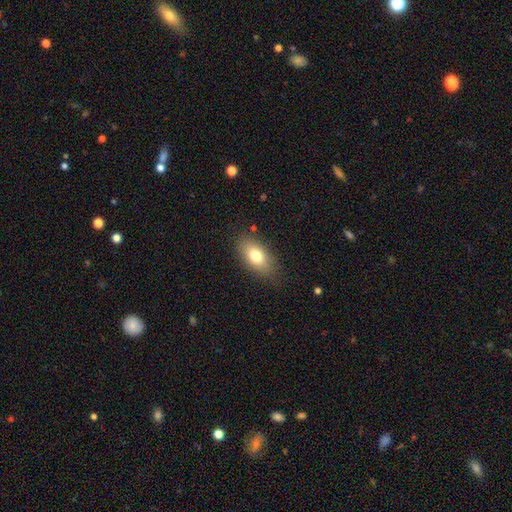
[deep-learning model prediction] A smooth galaxy with no disk features (76%) that is in between round and cigar-shaped (89%).

Vote fractions:
- Smooth or featured? smooth: 76% / featured or disk: 16% / star or artifact: 8%
- How rounded? in between: 89% / round: 7% / cigar-shaped: 5%
- Merging? none: 81% / minor disturbance: 14% / major disturbance: 4% / merger: 1%